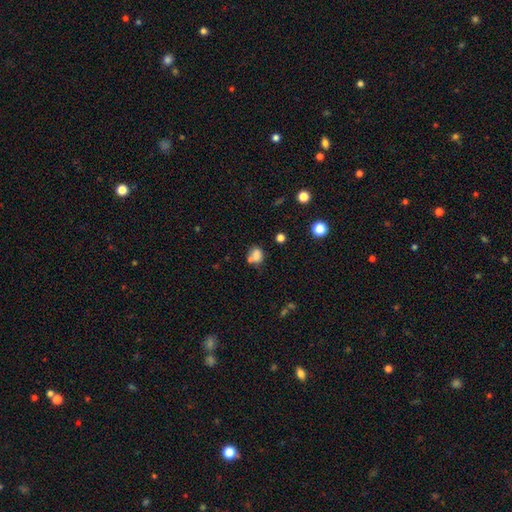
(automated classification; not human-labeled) A smooth galaxy with no disk features (76%) that is round (58%).

Vote fractions:
- Smooth or featured? smooth: 76% / star or artifact: 13% / featured or disk: 11%
- How rounded? round: 58% / in between: 41% / cigar-shaped: 1%
- Merging? none: 46% / merger: 32% / minor disturbance: 16% / major disturbance: 7%